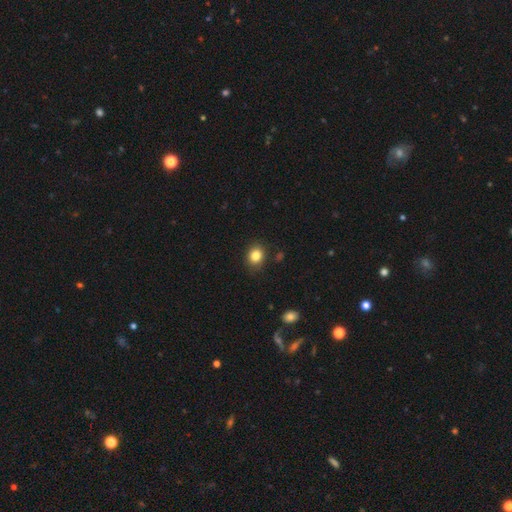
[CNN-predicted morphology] A smooth galaxy with no disk features (84%) that is round (63%).

Vote fractions:
- Smooth or featured? smooth: 84% / star or artifact: 10% / featured or disk: 5%
- How rounded? round: 63% / in between: 36% / cigar-shaped: 1%
- Merging? none: 87% / minor disturbance: 9% / major disturbance: 2% / merger: 1%